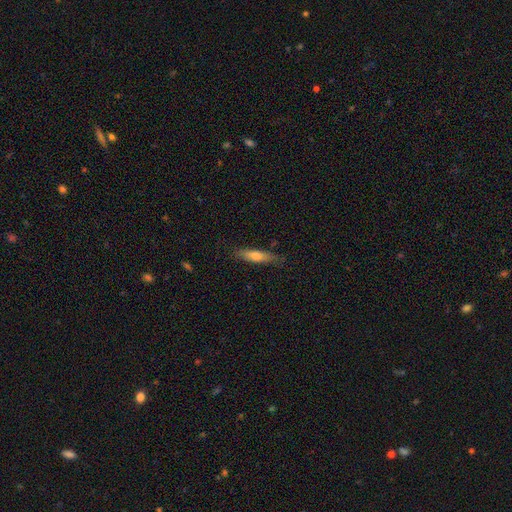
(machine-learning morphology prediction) Smooth or featured? smooth (63%)
How rounded? cigar-shaped (78%)
Merging? none (82%)